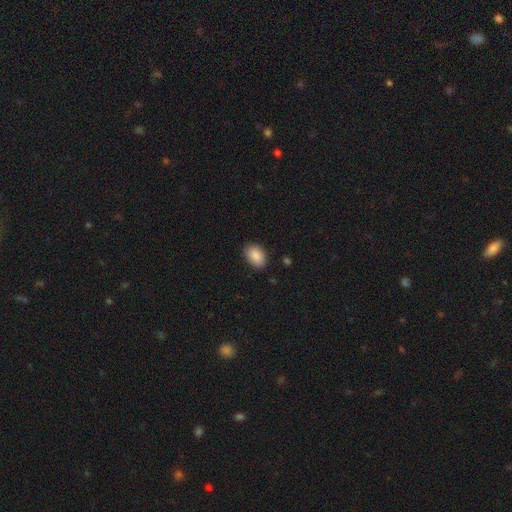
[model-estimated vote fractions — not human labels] Smooth or featured? smooth (88%)
How rounded? in between (86%)
Merging? none (84%)